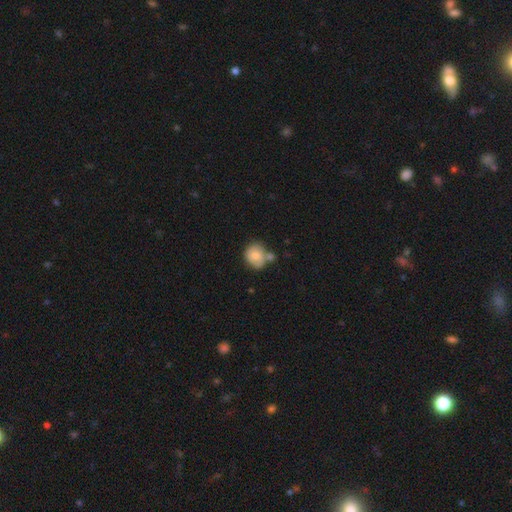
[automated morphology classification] This is likely a smooth galaxy (68%). How rounded: likely round (73%). Merging: possibly none (48%).